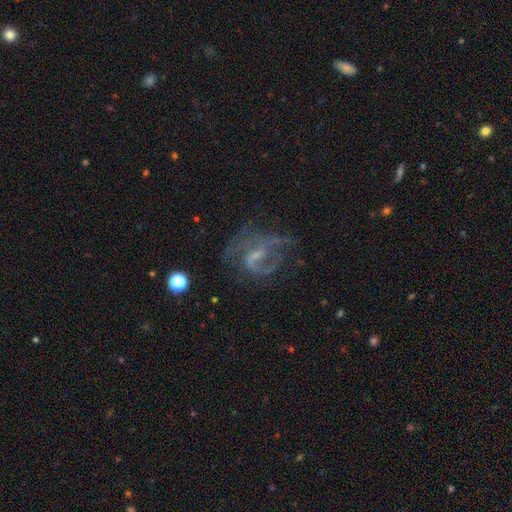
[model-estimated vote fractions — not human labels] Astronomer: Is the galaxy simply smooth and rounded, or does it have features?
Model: featured or disk — 73%.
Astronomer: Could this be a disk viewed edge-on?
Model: no — 97%.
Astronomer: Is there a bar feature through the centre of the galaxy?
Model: weak — 49% (runner-up: no, 38%).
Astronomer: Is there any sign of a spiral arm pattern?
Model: yes — 73%.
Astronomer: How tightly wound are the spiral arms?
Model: medium — 42% (runner-up: loose, 40%).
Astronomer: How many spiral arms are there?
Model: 2 — 36% (runner-up: 1, 27%).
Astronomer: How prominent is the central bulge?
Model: small — 48% (runner-up: none, 29%).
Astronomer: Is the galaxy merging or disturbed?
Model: none — 44% (runner-up: major disturbance, 34%).